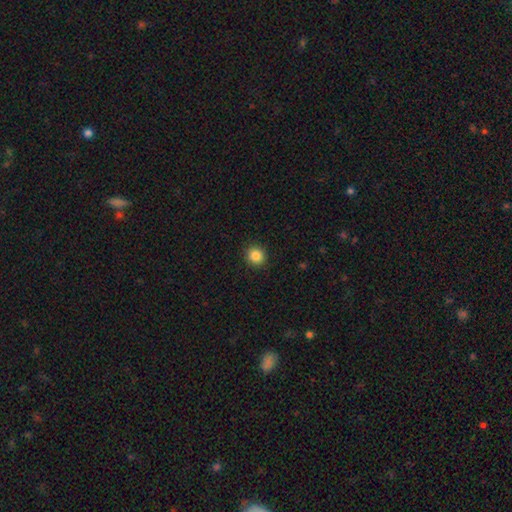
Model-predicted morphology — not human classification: Smooth or featured: smooth — 86% (star or artifact — 10%)
How rounded: round — 89% (in between — 10%)
Merging: none — 92% (minor disturbance — 5%)